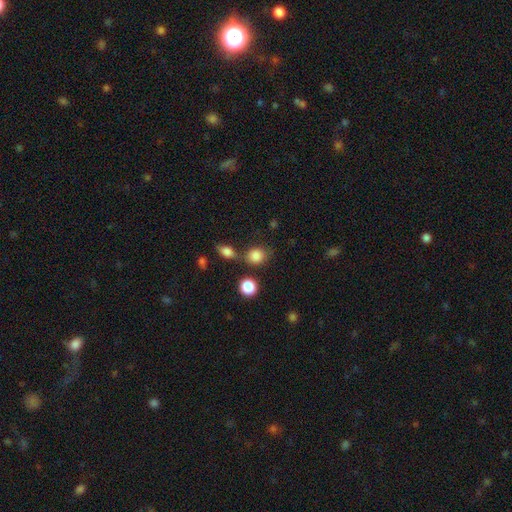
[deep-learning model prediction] Q: Smooth or featured?
A: smooth (84%); runner-up: star or artifact (11%)
Q: How rounded?
A: round (66%); runner-up: in between (33%)
Q: Merging?
A: none (65%); runner-up: merger (16%)